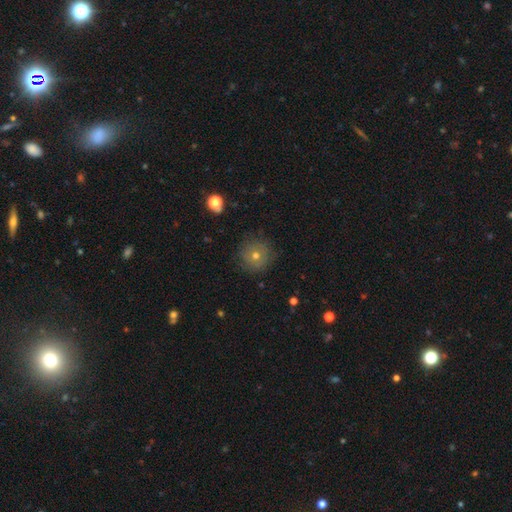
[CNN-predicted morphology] This is possibly a smooth galaxy (57%). How rounded: clearly round (95%). Merging: clearly none (85%).